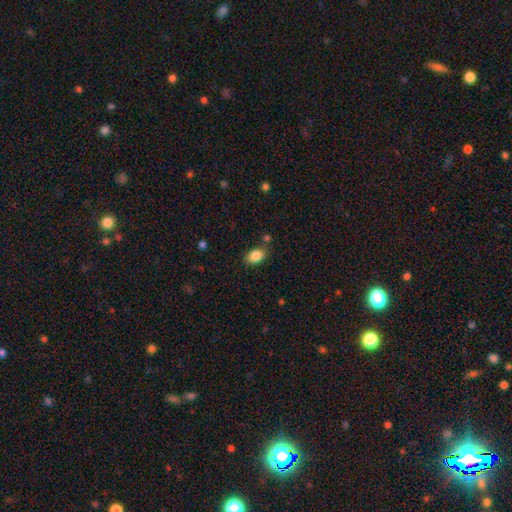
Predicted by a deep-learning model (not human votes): This is clearly a smooth galaxy (85%). How rounded: clearly in between (85%). Merging: likely none (78%).